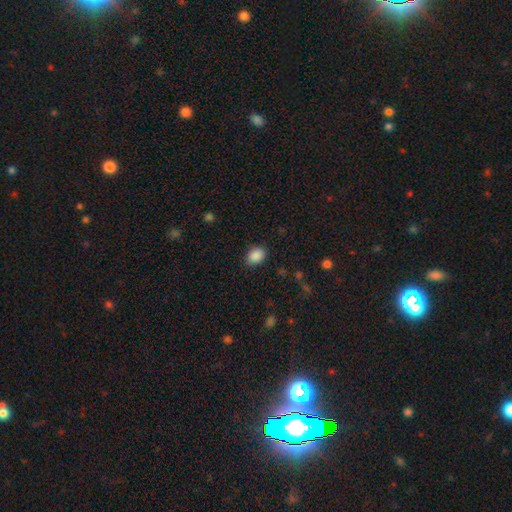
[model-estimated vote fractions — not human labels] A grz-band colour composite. It shows a smooth galaxy with no disk features (88%) that is in between round and cigar-shaped (69%). Merging: none (82%).